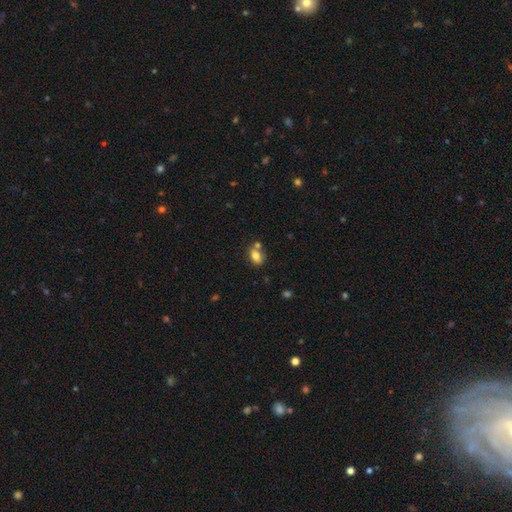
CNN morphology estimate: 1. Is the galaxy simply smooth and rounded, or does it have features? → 79% smooth, 11% featured or disk, 10% star or artifact.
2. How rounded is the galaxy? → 77% in between, 21% round, 2% cigar-shaped.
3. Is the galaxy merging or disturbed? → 60% none, 24% merger, 13% minor disturbance, 3% major disturbance.